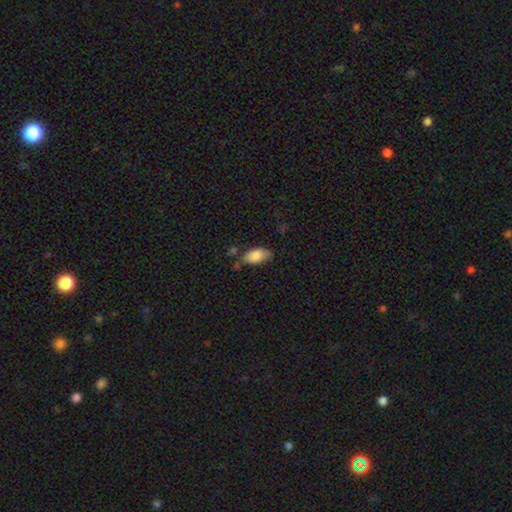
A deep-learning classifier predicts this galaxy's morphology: The model was most divided on "merging": none: 57%, minor disturbance: 27%, merger: 10%, major disturbance: 7%. More confident: how rounded — in between (92%); smooth or featured — smooth (85%).